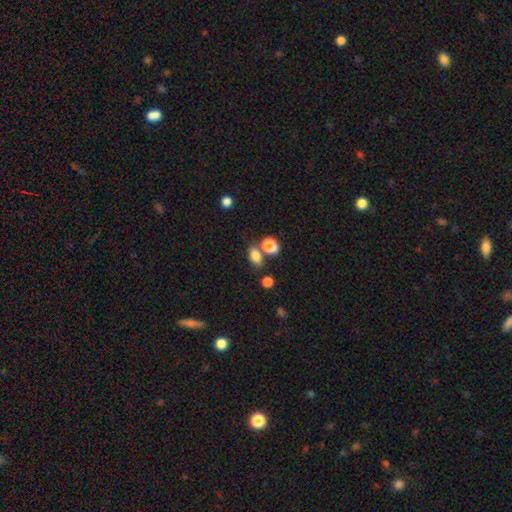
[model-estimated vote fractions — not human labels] This appears to be a smooth galaxy with no disk features (81%) that is in between round and cigar-shaped (80%). Merging: none (56%).